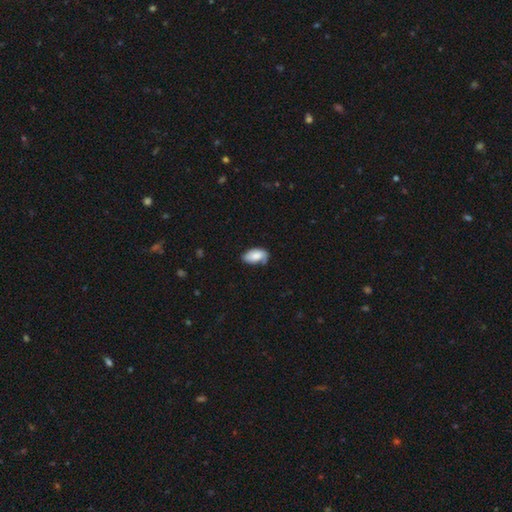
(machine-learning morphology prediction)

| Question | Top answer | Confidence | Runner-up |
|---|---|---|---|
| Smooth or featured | smooth | 80% | featured or disk (13%) |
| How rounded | in between | 94% | round (4%) |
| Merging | none | 56% | minor disturbance (32%) |